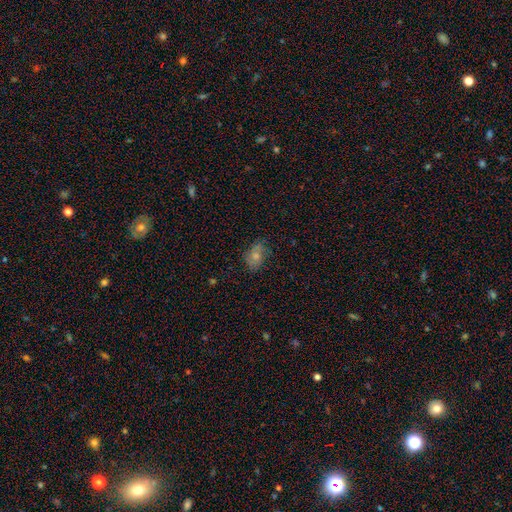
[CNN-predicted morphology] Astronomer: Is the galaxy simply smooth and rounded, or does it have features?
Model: smooth — 70%.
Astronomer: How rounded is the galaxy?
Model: in between — 76%.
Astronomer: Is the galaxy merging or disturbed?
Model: none — 68%.